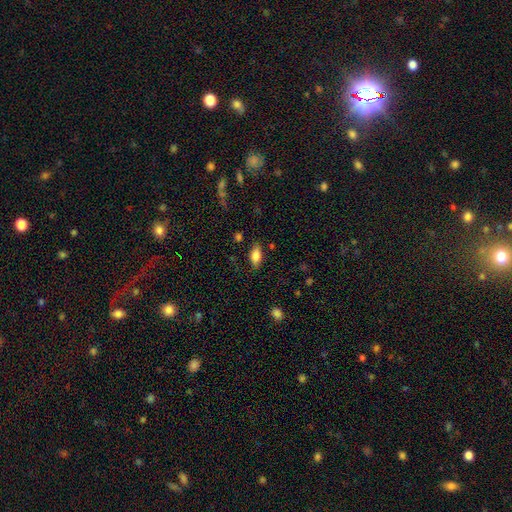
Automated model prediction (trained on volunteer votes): smooth-or-featured: smooth: 82% | featured or disk: 10% | star or artifact: 8%
  how-rounded: in between: 86% | cigar-shaped: 10% | round: 3%
  merging: none: 79% | minor disturbance: 16% | major disturbance: 4% | merger: 2%